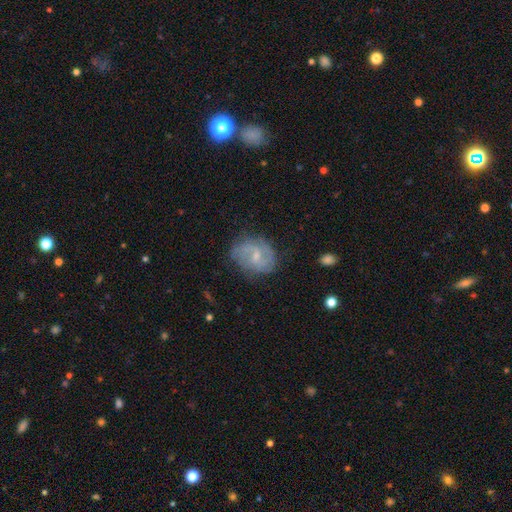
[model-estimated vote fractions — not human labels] A featured or disk galaxy (69%) with a weak bar (58%), 2 (62%) medium (45%) spiral arms (85%) and a small central bulge (61%).

Vote fractions:
- Smooth or featured? featured or disk: 69% / smooth: 24% / star or artifact: 7%
- Edge-on disk? no: 98% / yes: 2%
- Bar? weak: 58% / no: 31% / strong: 11%
- Spiral arms? yes: 85% / no: 15%
- Spiral winding? medium: 45% / tight: 31% / loose: 23%
- Spiral arm count? 2: 62% / can't tell: 23% / 3: 7% / 1: 4% / 4: 2% / more than 4: 2%
- Bulge size? small: 61% / moderate: 30% / none: 8% / large: 1% / dominant: 1%
- Merging? none: 66% / minor disturbance: 23% / major disturbance: 9% / merger: 2%